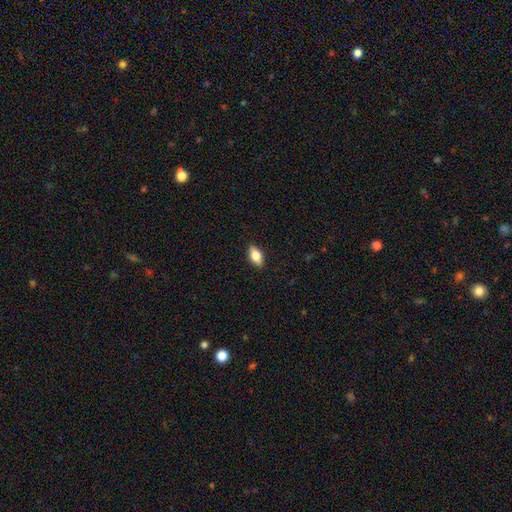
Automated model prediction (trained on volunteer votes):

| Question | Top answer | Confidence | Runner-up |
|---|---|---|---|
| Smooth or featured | smooth | 77% | featured or disk (16%) |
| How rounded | in between | 88% | cigar-shaped (7%) |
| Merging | none | 88% | minor disturbance (9%) |